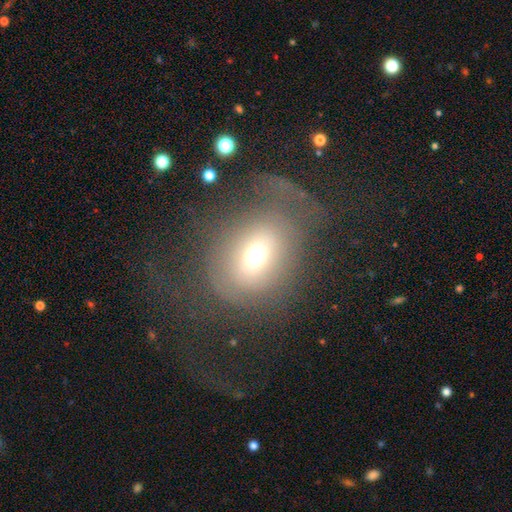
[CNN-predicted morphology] Smooth or featured? smooth (56%)
How rounded? round (56%)
Merging? major disturbance (41%)